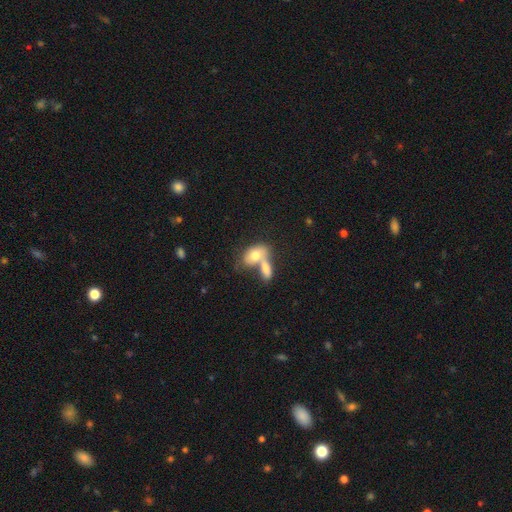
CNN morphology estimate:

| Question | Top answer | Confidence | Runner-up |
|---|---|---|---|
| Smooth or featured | smooth | 72% | featured or disk (21%) |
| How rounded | in between | 86% | round (10%) |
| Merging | merger | 67% | none (19%) |